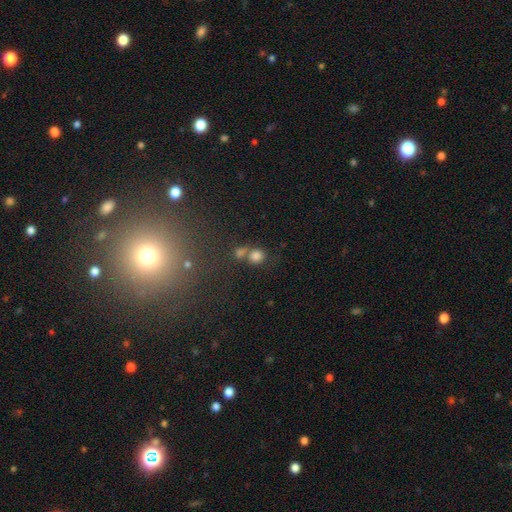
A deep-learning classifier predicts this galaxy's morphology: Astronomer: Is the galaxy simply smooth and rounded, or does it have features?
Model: smooth — 79%.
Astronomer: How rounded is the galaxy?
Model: round — 83%.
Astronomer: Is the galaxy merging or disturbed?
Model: none — 49% (runner-up: merger, 36%).